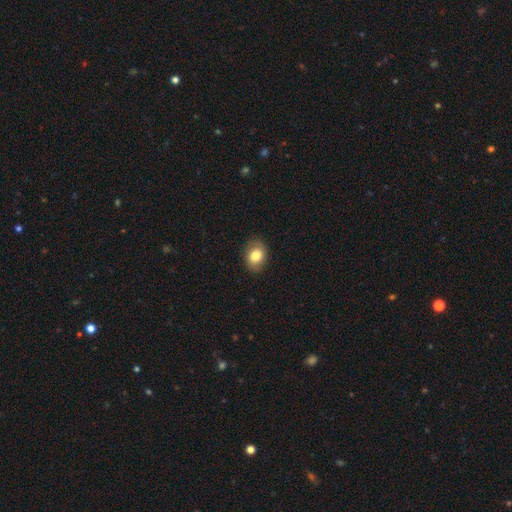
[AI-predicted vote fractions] Q: Smooth or featured?
A: smooth (81%); runner-up: featured or disk (11%)
Q: How rounded?
A: in between (67%); runner-up: round (32%)
Q: Merging?
A: none (85%); runner-up: minor disturbance (11%)